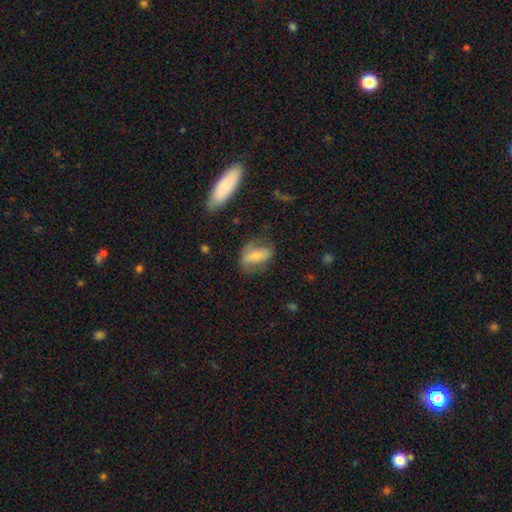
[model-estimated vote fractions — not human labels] smooth_or_featured: smooth (p=0.62) [alt: featured or disk p=0.30]
how_rounded: in between (p=0.84) [alt: cigar-shaped p=0.09]
merging: none (p=0.53) [alt: minor disturbance p=0.26]